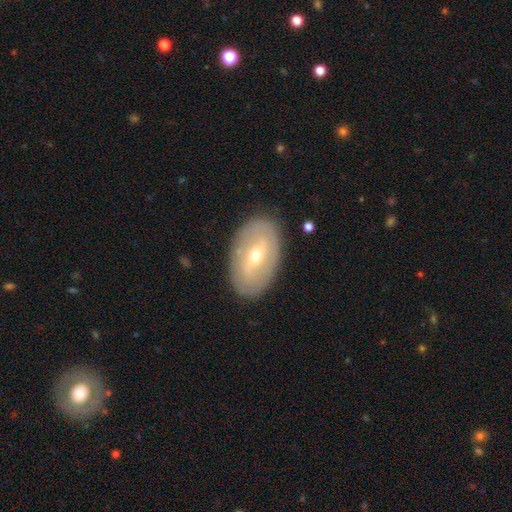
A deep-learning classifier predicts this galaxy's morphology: Smooth or featured? featured or disk (63%)
Edge-on disk? no (90%)
Bar? weak (45%)
Spiral arms? no (54%)
Bulge size? moderate (61%)
Merging? none (85%)